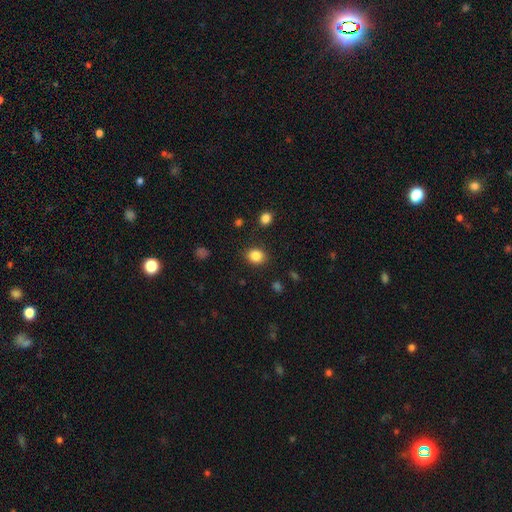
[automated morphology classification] type=smooth (85%); roundness=round (60%); merging=none (87%).